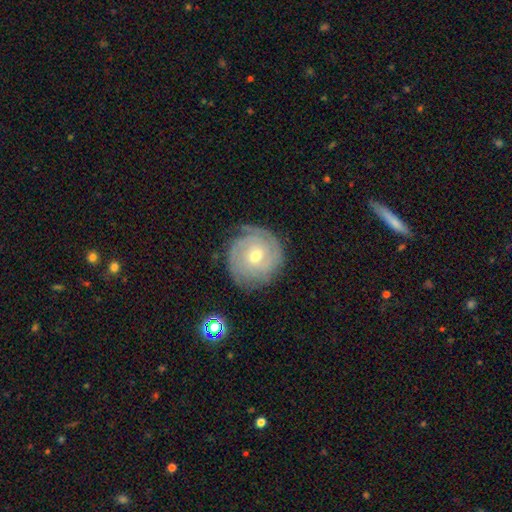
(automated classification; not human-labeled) Smooth or featured?
  - featured or disk: 77% *
  - smooth: 17%
  - star or artifact: 7%
Edge-on disk?
  - no: 97% *
  - yes: 3%
Bar?
  - no: 61% *
  - weak: 33%
  - strong: 6%
Spiral arms?
  - yes: 93% *
  - no: 7%
Spiral winding?
  - tight: 78% *
  - medium: 17%
  - loose: 4%
Spiral arm count?
  - can't tell: 33% *
  - 2: 27%
  - 3: 20%
  - 4: 8%
  - 1: 6%
  - more than 4: 5%
Bulge size?
  - moderate: 53% *
  - small: 44%
  - large: 2%
  - none: 1%
  - dominant: 1%
Merging?
  - none: 79% *
  - minor disturbance: 15%
  - major disturbance: 5%
  - merger: 2%